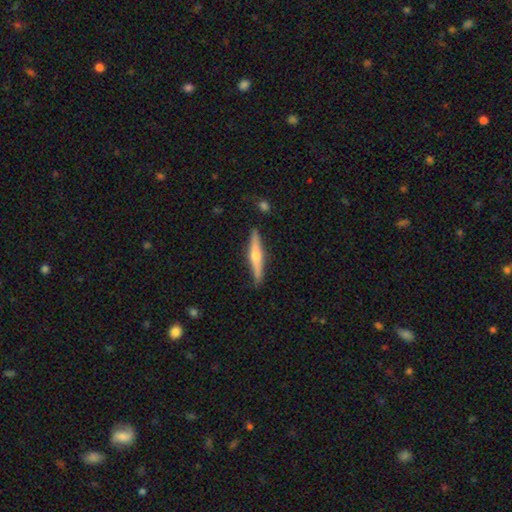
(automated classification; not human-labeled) smooth-or-featured: featured or disk: 64% | smooth: 31% | star or artifact: 5%
  disk-edge-on: yes: 96% | no: 4%
    edge-on-bulge: rounded: 91% | none: 5% | boxy: 4%
  merging: none: 86% | minor disturbance: 10% | major disturbance: 2% | merger: 2%